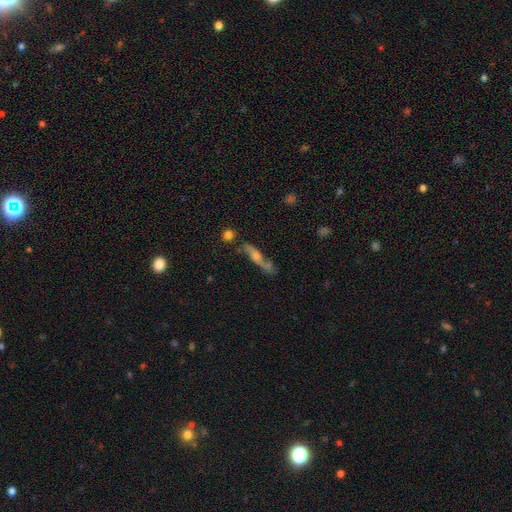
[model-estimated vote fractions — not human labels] featured or disk 65%, smooth 25%, star or artifact 10%. Down the decision tree: edge-on disk — no (51%); merging — none (60%).